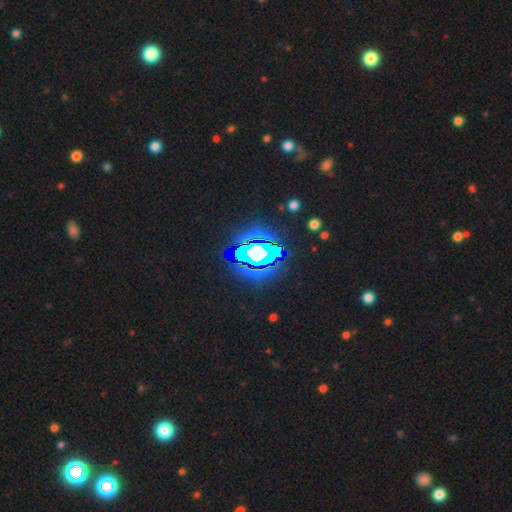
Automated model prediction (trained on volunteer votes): Smooth or featured?
  - star or artifact: 67% *
  - featured or disk: 20%
  - smooth: 14%